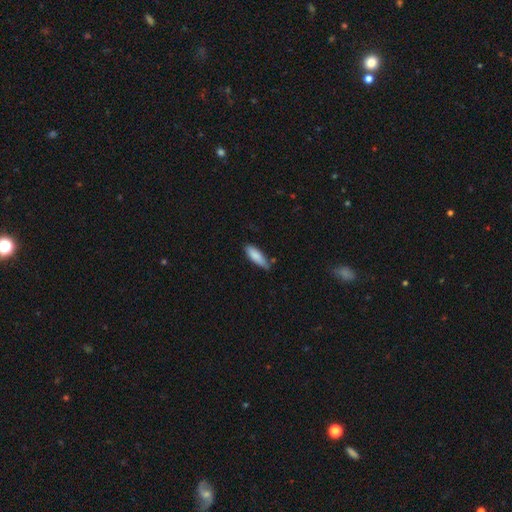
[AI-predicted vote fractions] This appears to be a smooth galaxy with no disk features (85%) that is in between round and cigar-shaped (52%). Merging: none (66%).